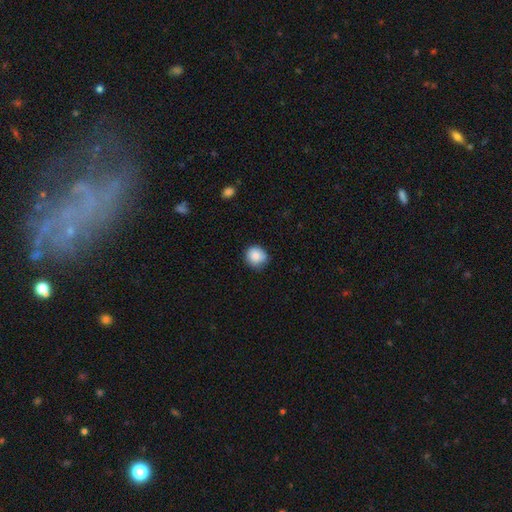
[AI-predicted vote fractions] This is clearly a smooth galaxy (86%). How rounded: clearly round (86%). Merging: likely none (76%).